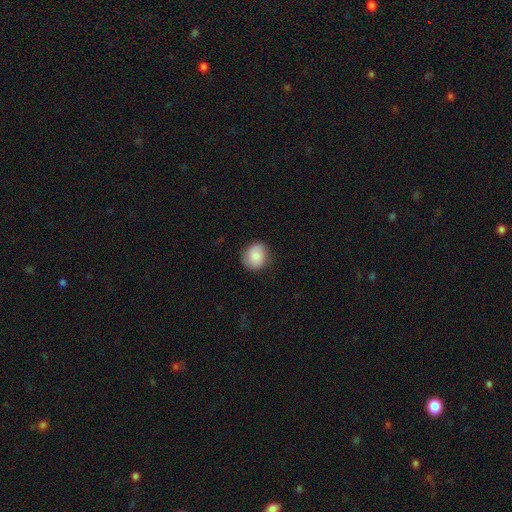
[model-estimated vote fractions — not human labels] The model was most divided on "how rounded": round: 74%, in between: 25%, cigar-shaped: 1%. More confident: smooth or featured — smooth (84%); merging — none (80%).